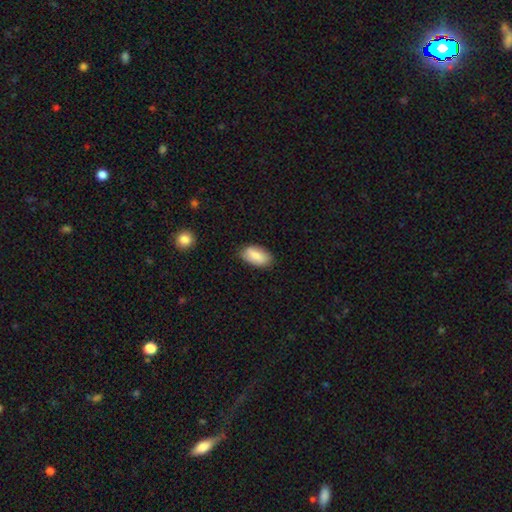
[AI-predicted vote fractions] This appears to be a smooth galaxy with no disk features (83%) that is in between round and cigar-shaped (94%). Merging: none (83%).